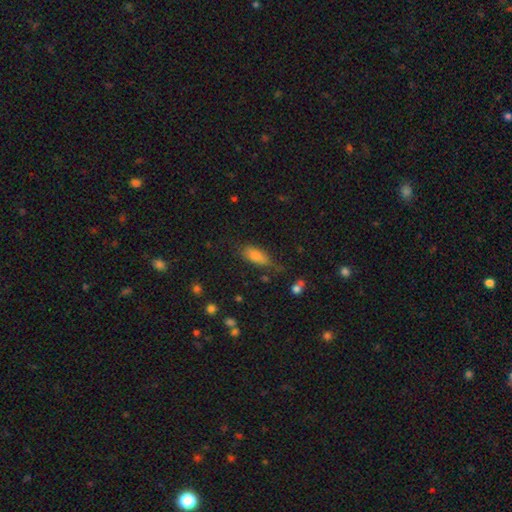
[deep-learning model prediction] This appears to be a smooth galaxy with no disk features (77%) that is in between round and cigar-shaped (77%). Merging: none (69%).